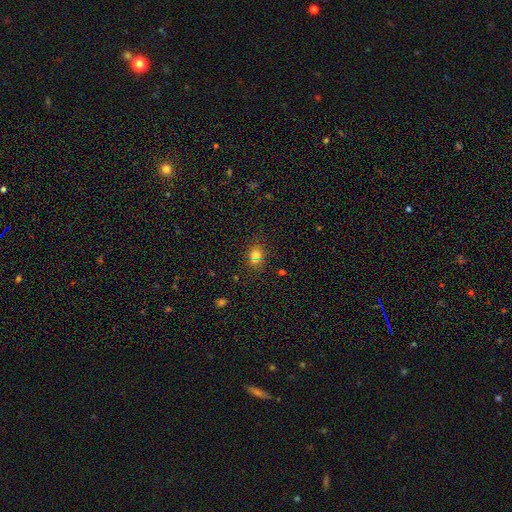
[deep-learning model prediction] Morphology: type=smooth (71%); roundness=round (68%); merging=none (77%).